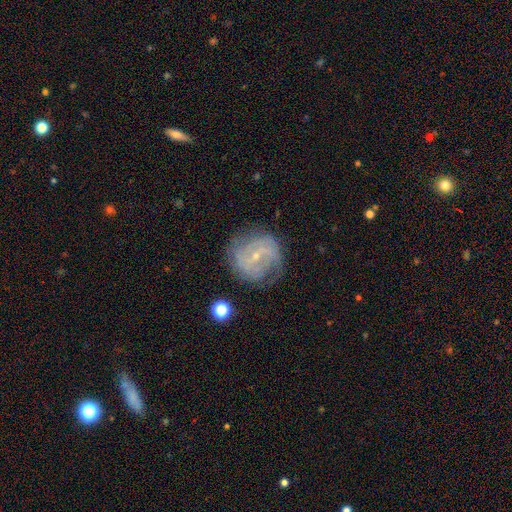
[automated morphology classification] Overall: featured or disk (75%). Edge-on disk: no (97%). Bar: weak (45%; no 38%). Spiral arms: yes (88%). Spiral arm count: can't tell (37%; 2 36%). Spiral winding: tight (47%; medium 37%). Bulge size: small (81%). Merging: none (70%).